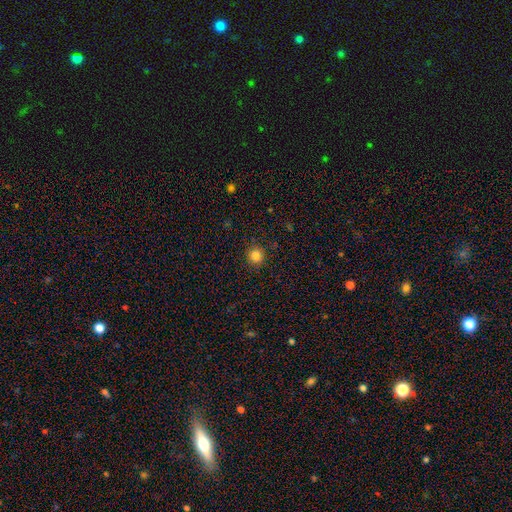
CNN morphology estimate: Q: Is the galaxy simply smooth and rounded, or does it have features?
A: smooth — 84%.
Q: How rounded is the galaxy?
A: round — 93%.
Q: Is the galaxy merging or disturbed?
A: none — 89%.